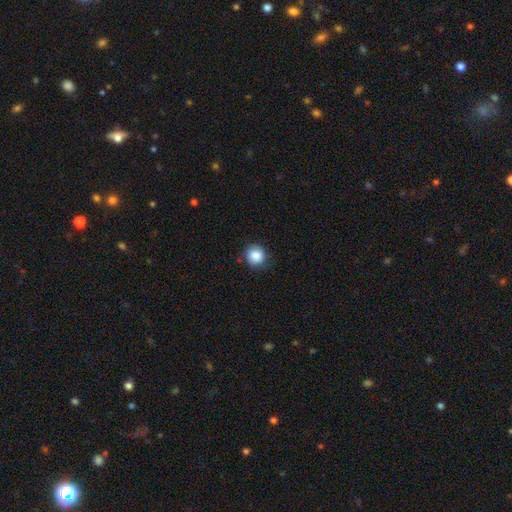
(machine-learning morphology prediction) This is clearly a smooth galaxy (85%). How rounded: clearly round (84%). Merging: likely none (76%).